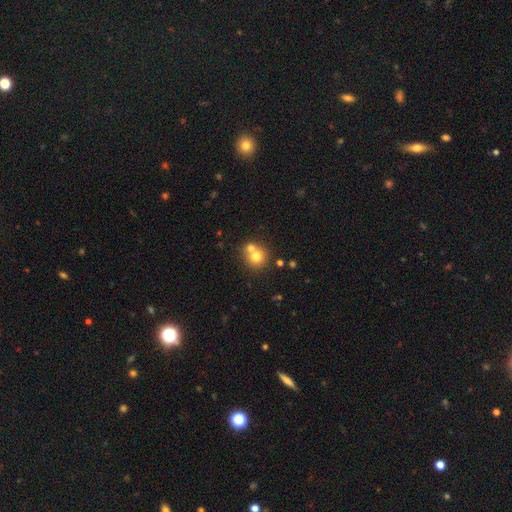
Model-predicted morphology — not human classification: Smooth or featured? smooth (71%)
How rounded? round (88%)
Merging? none (50%)